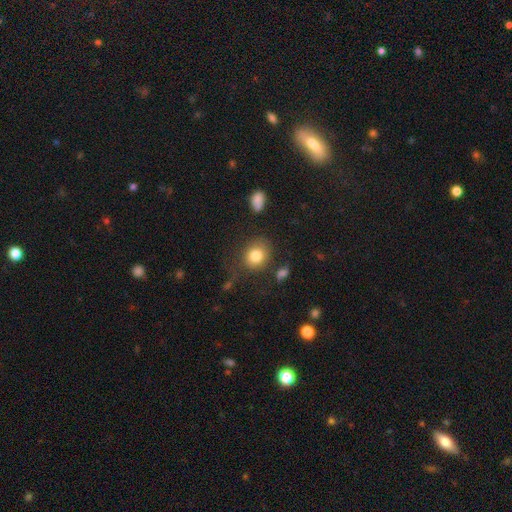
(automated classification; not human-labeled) Morphology: type=smooth (82%); roundness=round (67%); merging=none (75%).